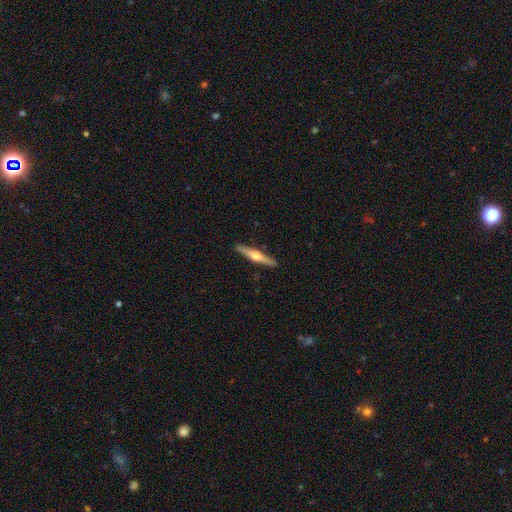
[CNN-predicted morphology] This is likely a featured or disk galaxy (70%). It is clearly viewed edge-on (98%). Edge-on bulge: clearly rounded (95%). Merging: clearly none (91%).